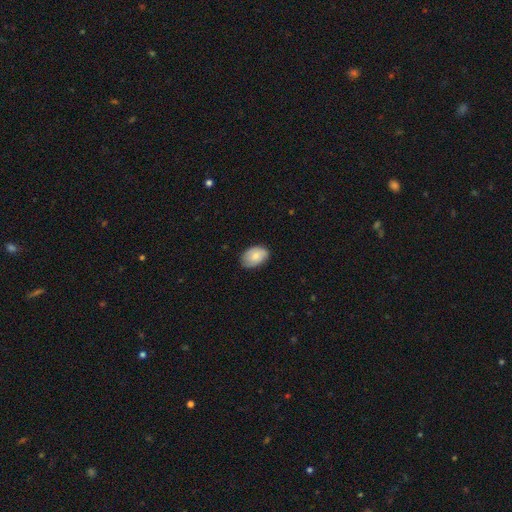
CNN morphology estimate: Smooth or featured: smooth — 78% (featured or disk — 15%)
How rounded: in between — 86% (round — 12%)
Merging: none — 76% (minor disturbance — 20%)